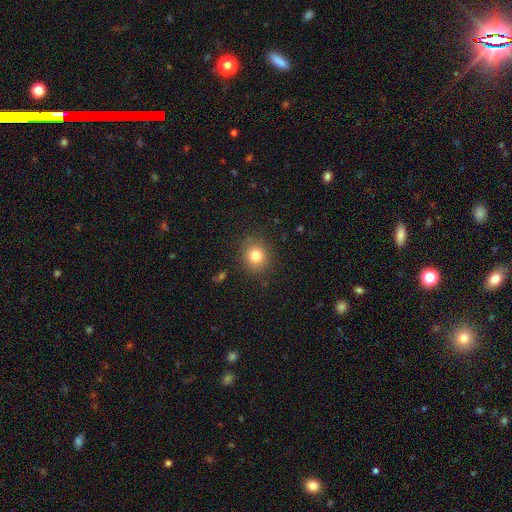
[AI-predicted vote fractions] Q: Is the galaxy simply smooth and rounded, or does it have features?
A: smooth — 80%.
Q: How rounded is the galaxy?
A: round — 82%.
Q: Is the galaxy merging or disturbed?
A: none — 88%.